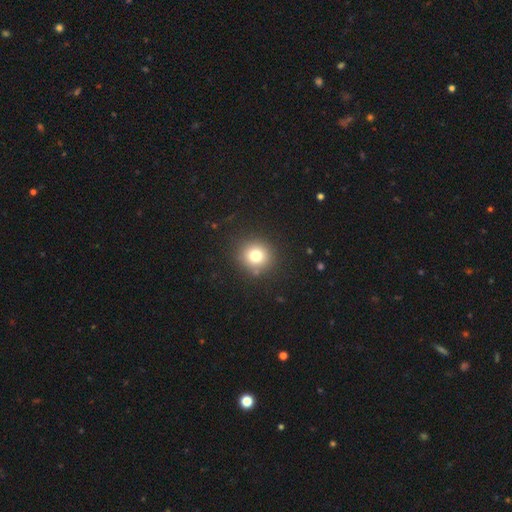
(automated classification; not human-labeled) Morphology: type=smooth (76%); roundness=round (92%); merging=none (88%).